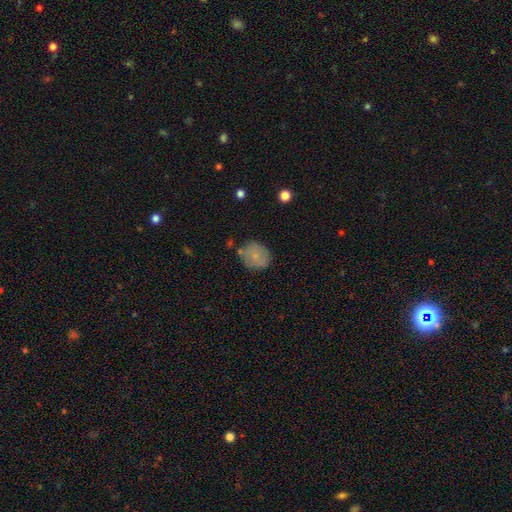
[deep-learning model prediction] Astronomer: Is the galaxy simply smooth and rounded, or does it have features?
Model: smooth — 72%.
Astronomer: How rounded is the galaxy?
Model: round — 70%.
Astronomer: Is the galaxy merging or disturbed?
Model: none — 73%.